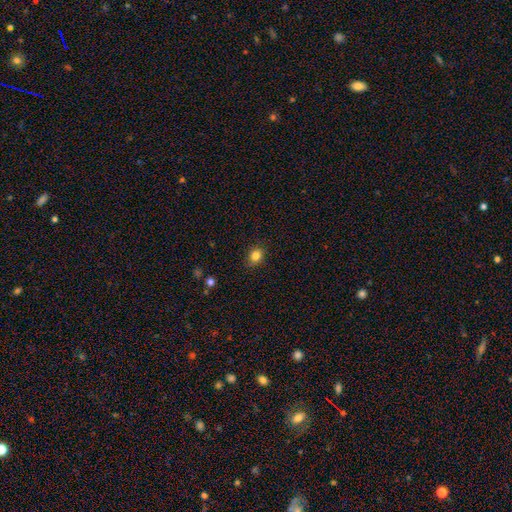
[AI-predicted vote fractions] This appears to be a smooth galaxy with no disk features (83%) that is round (55%). Merging: none (83%).